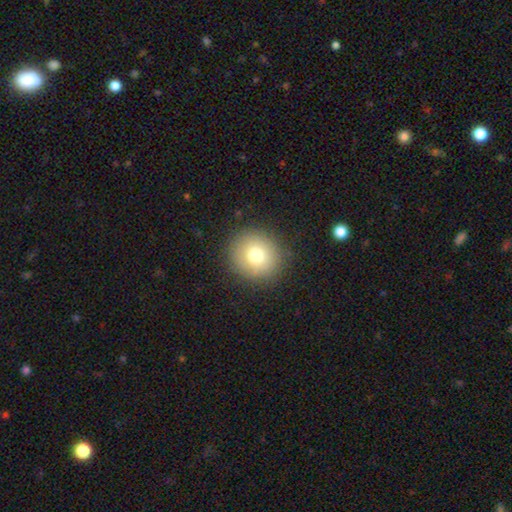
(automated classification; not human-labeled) This is likely a smooth galaxy (74%). How rounded: clearly round (92%). Merging: clearly none (89%).